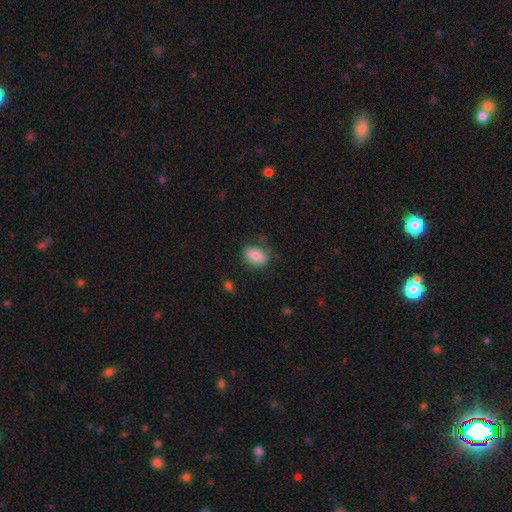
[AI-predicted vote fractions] This is clearly a smooth galaxy (82%). How rounded: clearly in between (84%). Merging: likely none (70%).